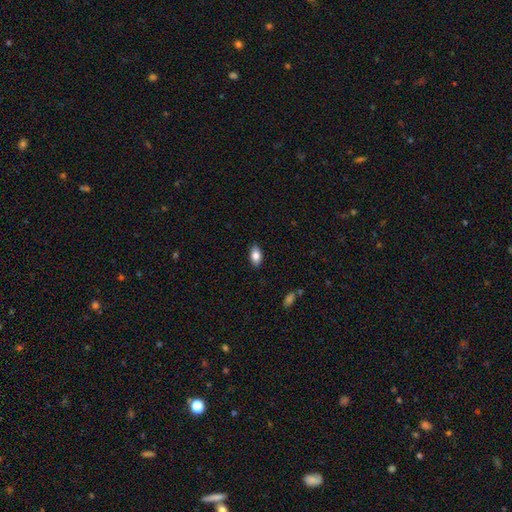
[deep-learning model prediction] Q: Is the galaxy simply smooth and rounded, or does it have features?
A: smooth — 81%.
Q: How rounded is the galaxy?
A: in between — 91%.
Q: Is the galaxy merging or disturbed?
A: none — 87%.